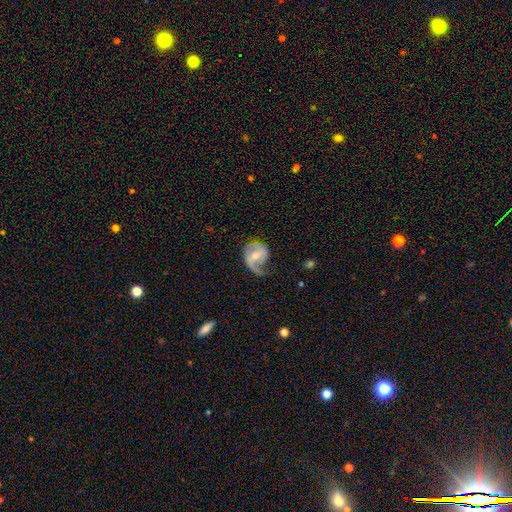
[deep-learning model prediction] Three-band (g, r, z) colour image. It shows a featured or disk galaxy (79%) with a weak bar (48%), 2 (52%) loose (43%) spiral arms (91%) and a moderate central bulge (52%). Merging: none (44%).